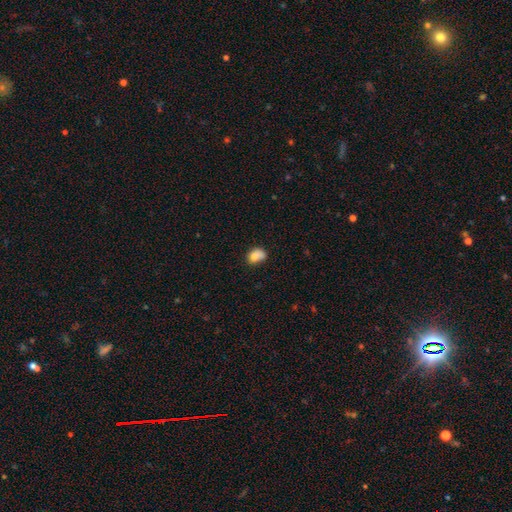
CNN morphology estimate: This appears to be a smooth galaxy with no disk features (78%) that is in between round and cigar-shaped (64%). Merging: none (45%).